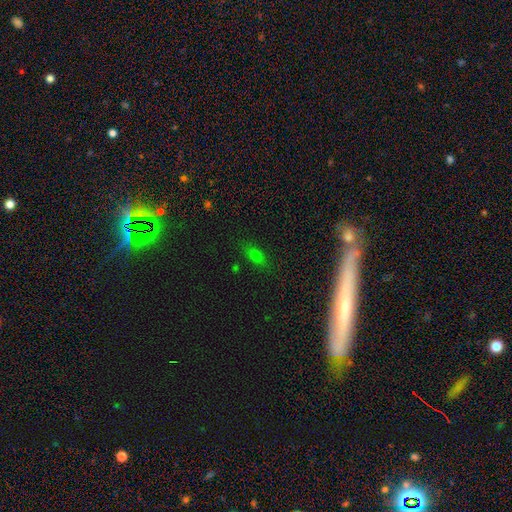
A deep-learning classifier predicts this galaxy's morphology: Q: Smooth or featured?
A: smooth (52%); runner-up: star or artifact (30%)
Q: How rounded?
A: in between (61%); runner-up: cigar-shaped (20%)
Q: Merging?
A: none (76%); runner-up: minor disturbance (14%)